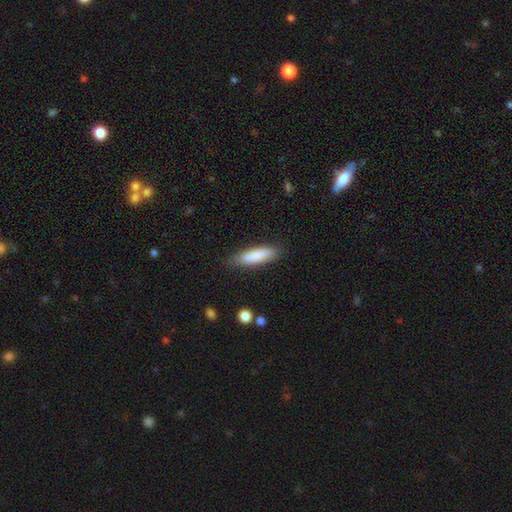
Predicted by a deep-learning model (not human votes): smooth-or-featured: smooth: 83% | featured or disk: 11% | star or artifact: 6%
  how-rounded: cigar-shaped: 66% | in between: 33% | round: 1%
  merging: none: 81% | minor disturbance: 14% | major disturbance: 3% | merger: 1%